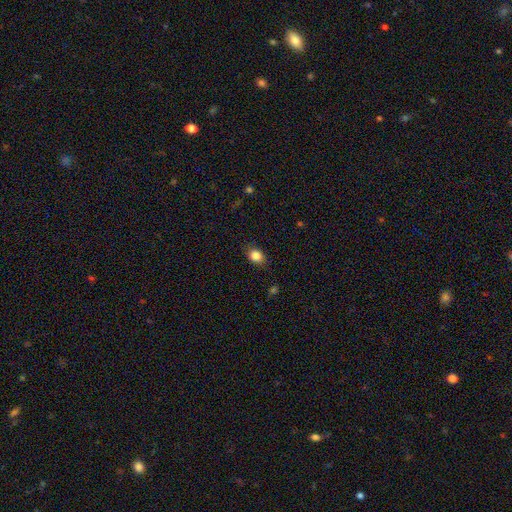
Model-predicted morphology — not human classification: A smooth galaxy with no disk features (85%) that is in between round and cigar-shaped (58%). Merging: none (83%).